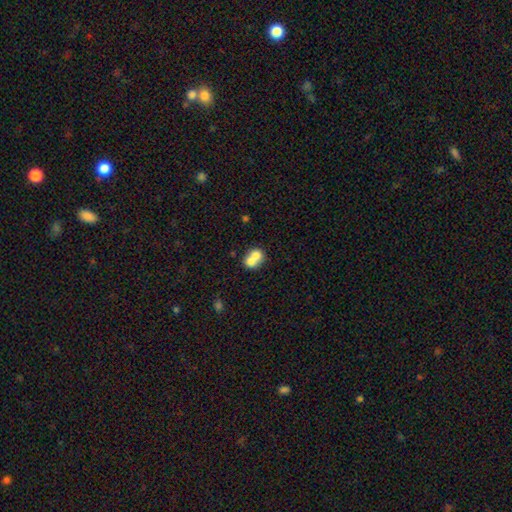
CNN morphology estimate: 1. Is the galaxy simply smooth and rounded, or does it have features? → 69% smooth, 22% featured or disk, 9% star or artifact.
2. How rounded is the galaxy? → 63% round, 36% in between, 1% cigar-shaped.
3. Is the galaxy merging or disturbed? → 69% merger, 23% none, 5% minor disturbance, 3% major disturbance.